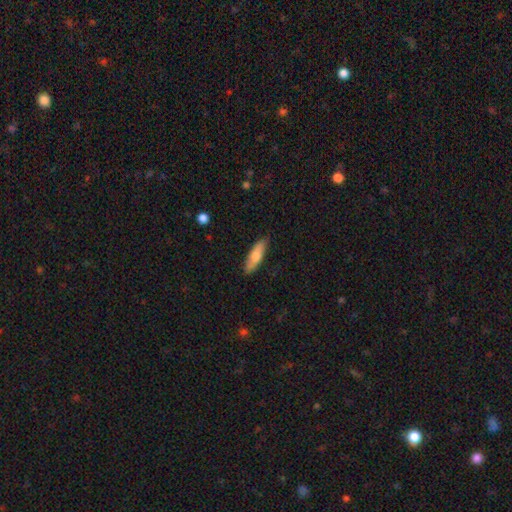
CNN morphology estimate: The model was most divided on "how rounded": cigar-shaped: 61%, in between: 37%, round: 2%. More confident: merging — none (87%); smooth or featured — smooth (69%).